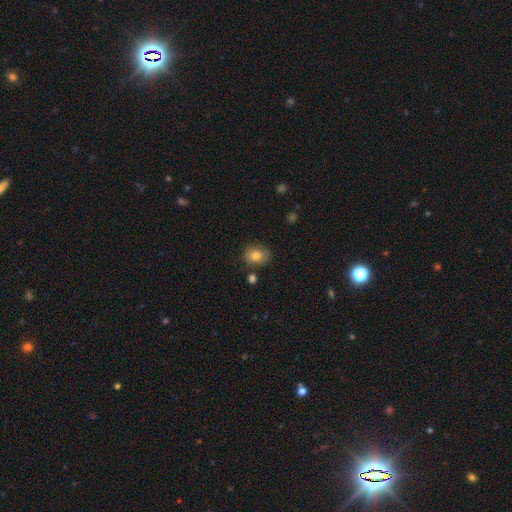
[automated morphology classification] Smooth or featured?
  - smooth: 79% *
  - featured or disk: 12%
  - star or artifact: 9%
How rounded?
  - round: 52% *
  - in between: 47%
  - cigar-shaped: 1%
Merging?
  - none: 79% *
  - minor disturbance: 14%
  - merger: 4%
  - major disturbance: 3%